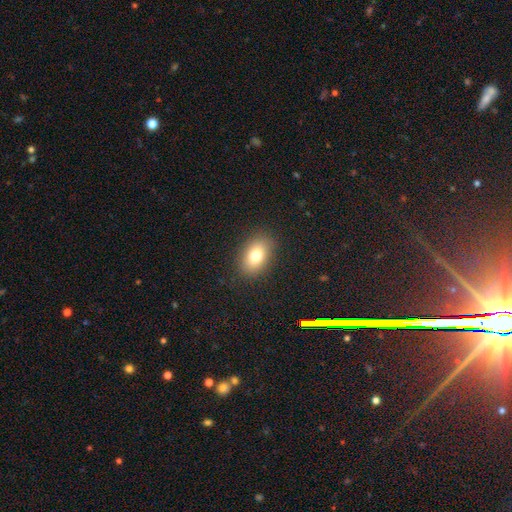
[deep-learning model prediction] Smooth or featured?
  - smooth: 78% *
  - featured or disk: 12%
  - star or artifact: 10%
How rounded?
  - in between: 84% *
  - round: 14%
  - cigar-shaped: 2%
Merging?
  - none: 87% *
  - minor disturbance: 9%
  - major disturbance: 3%
  - merger: 1%